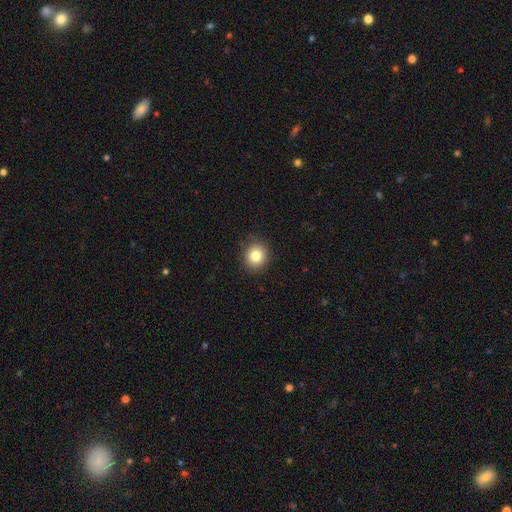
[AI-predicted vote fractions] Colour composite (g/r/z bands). It shows a smooth galaxy with no disk features (81%) that is round (81%). Merging: none (88%).